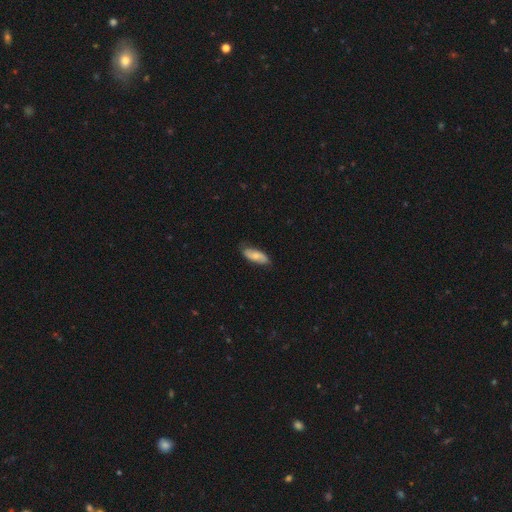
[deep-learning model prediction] The model was most divided on "smooth or featured": smooth: 59%, featured or disk: 34%, star or artifact: 6%. More confident: merging — none (76%); how rounded — in between (73%).